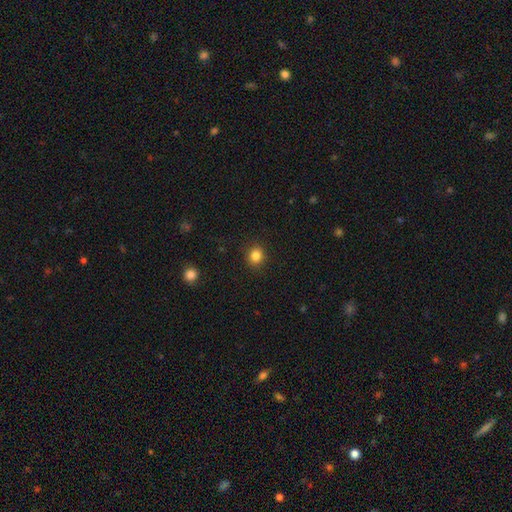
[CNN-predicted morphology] Smooth or featured? smooth (84%)
How rounded? round (85%)
Merging? none (90%)